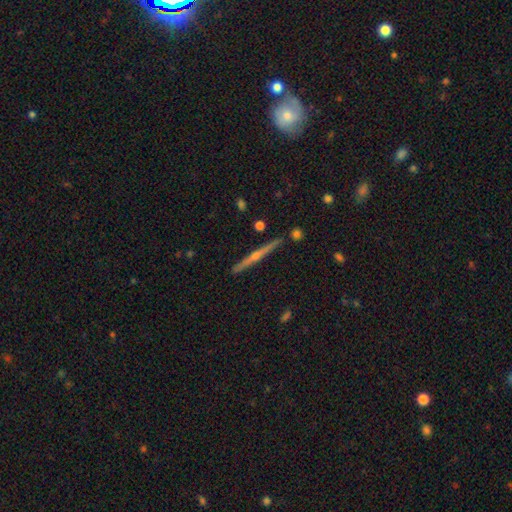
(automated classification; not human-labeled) Smooth or featured: featured or disk — 76% (smooth — 18%)
Edge-on disk: yes — 98% (no — 2%)
Edge-on bulge: rounded — 80% (none — 15%)
Merging: none — 89% (minor disturbance — 7%)